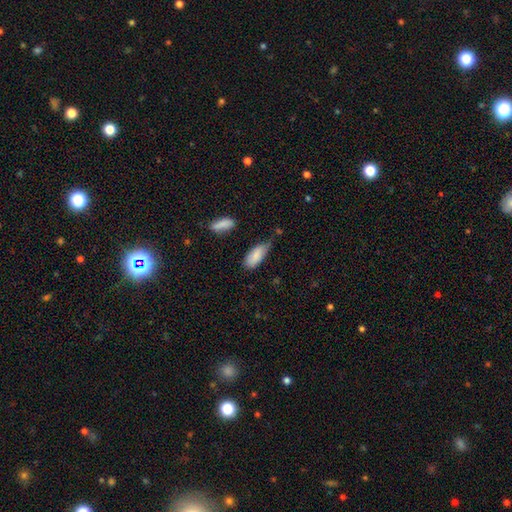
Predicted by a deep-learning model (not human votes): Smooth or featured? smooth (84%)
How rounded? in between (86%)
Merging? minor disturbance (44%)